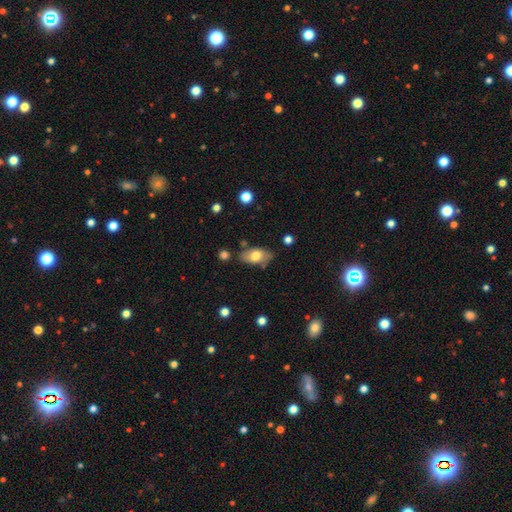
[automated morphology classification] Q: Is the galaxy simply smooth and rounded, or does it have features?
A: smooth — 70%.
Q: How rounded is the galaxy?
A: in between — 91%.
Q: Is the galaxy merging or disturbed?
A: none — 73%.